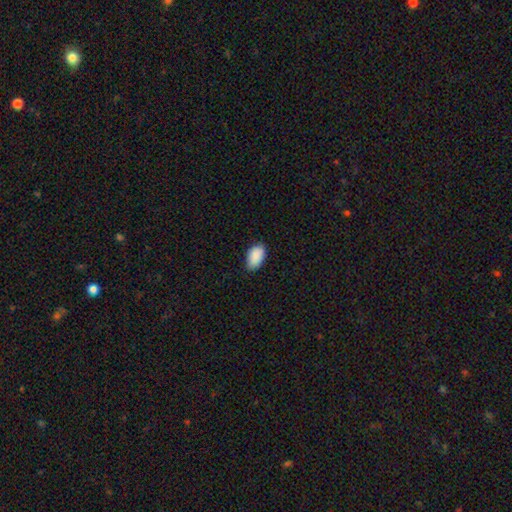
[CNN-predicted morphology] Smooth or featured? Predicted: smooth (p=0.90). How rounded? Predicted: in between (p=0.93). Merging? Predicted: none (p=0.79).